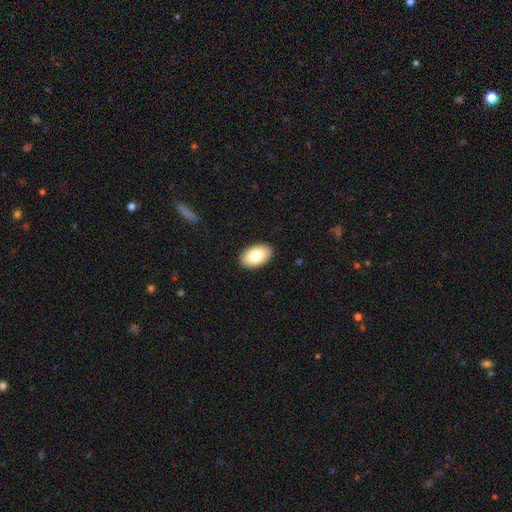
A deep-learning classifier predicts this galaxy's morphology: smooth 80%, featured or disk 13%, star or artifact 7%. Down the decision tree: how rounded — in between (93%); merging — none (90%).